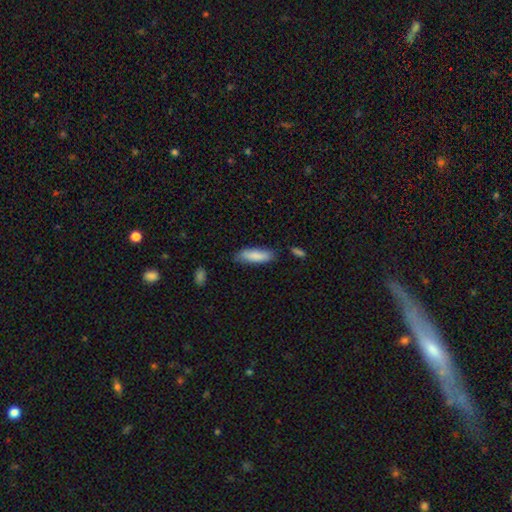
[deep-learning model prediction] smooth-or-featured: smooth: 85% | featured or disk: 9% | star or artifact: 6%
  how-rounded: cigar-shaped: 54% | in between: 44% | round: 1%
  merging: none: 77% | minor disturbance: 17% | major disturbance: 3% | merger: 3%